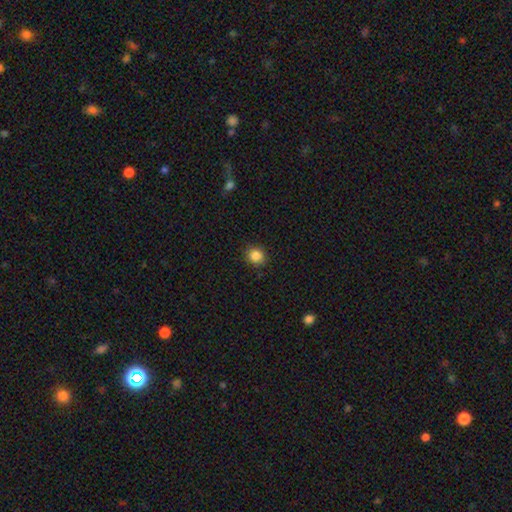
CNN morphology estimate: Smooth or featured: smooth — 86% (star or artifact — 11%)
How rounded: round — 87% (in between — 12%)
Merging: none — 90% (minor disturbance — 7%)